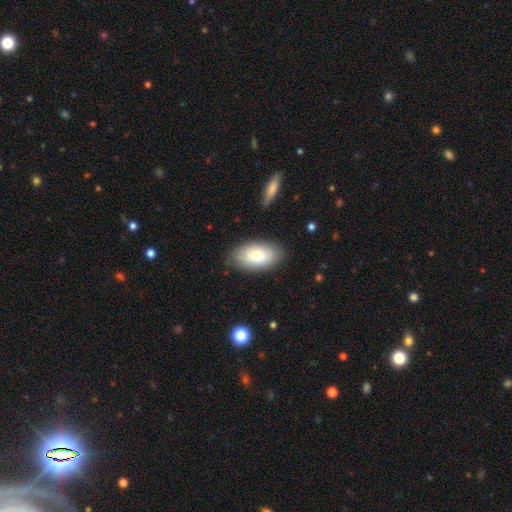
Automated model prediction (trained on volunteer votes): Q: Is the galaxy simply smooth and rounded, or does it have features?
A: smooth — 79%.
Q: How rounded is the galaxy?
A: in between — 95%.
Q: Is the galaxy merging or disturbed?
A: none — 82%.